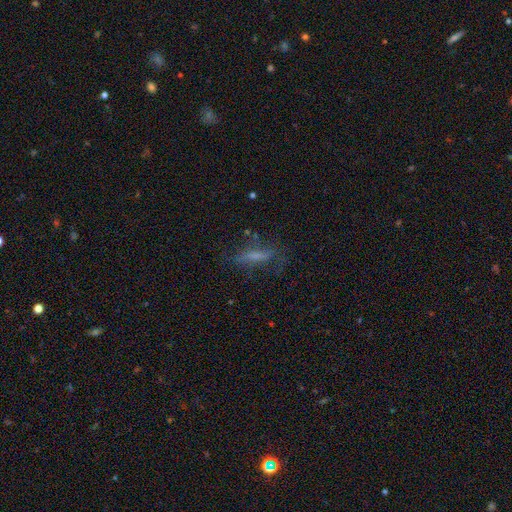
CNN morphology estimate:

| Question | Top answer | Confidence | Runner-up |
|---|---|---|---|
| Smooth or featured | smooth | 49% | featured or disk (37%) |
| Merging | none | 61% | minor disturbance (22%) |